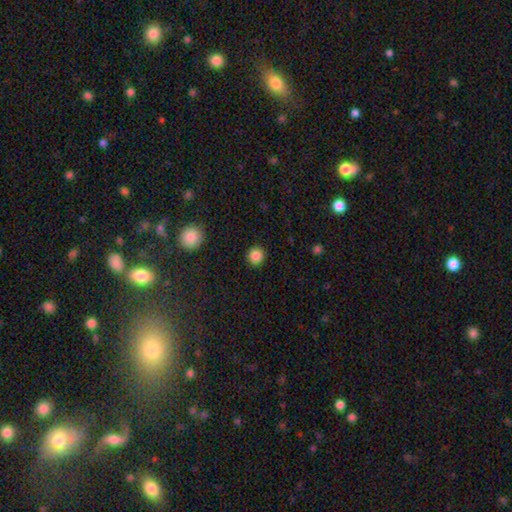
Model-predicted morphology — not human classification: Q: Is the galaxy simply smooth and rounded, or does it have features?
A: smooth — 86%.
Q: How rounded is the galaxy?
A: round — 93%.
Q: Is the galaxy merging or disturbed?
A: none — 92%.